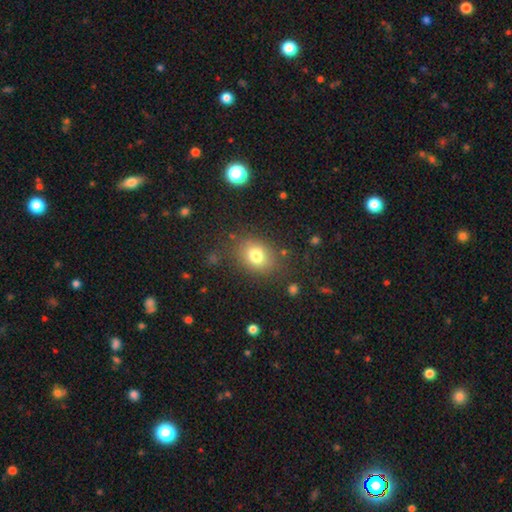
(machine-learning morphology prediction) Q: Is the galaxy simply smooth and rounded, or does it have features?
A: smooth — 77%.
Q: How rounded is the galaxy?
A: in between — 53%.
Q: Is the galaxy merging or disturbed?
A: none — 78%.